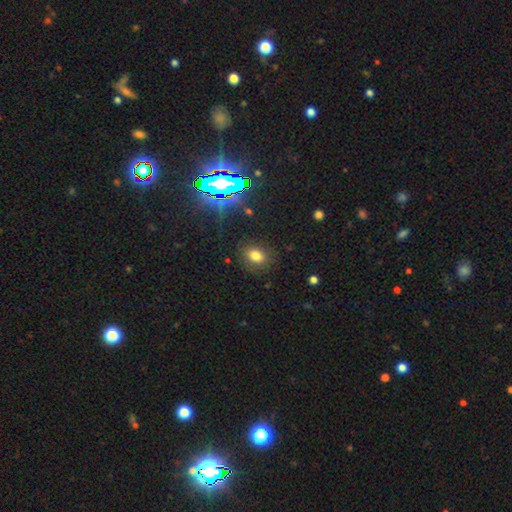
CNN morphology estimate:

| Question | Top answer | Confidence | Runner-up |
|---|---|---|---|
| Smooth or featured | smooth | 74% | star or artifact (17%) |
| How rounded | in between | 65% | round (34%) |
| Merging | none | 83% | minor disturbance (12%) |